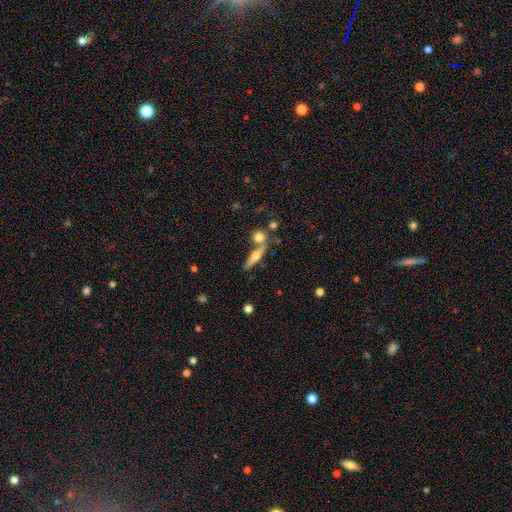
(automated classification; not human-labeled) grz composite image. It shows a featured or disk galaxy (55%) viewed edge-on (92%) with a rounded central bulge (91%). Merging: none (64%).